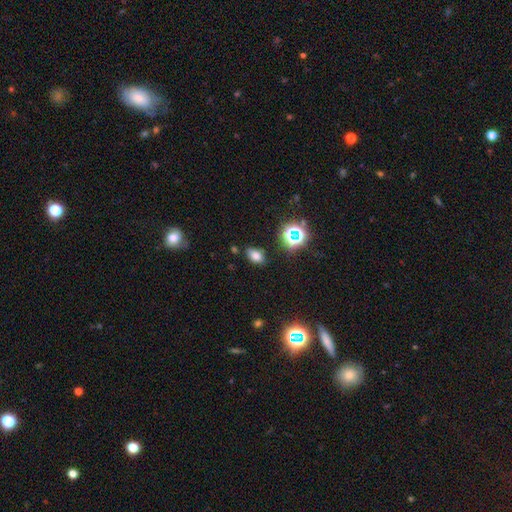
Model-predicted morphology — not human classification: This appears to be a smooth galaxy with no disk features (72%) that is in between round and cigar-shaped (84%). Merging: none (81%).